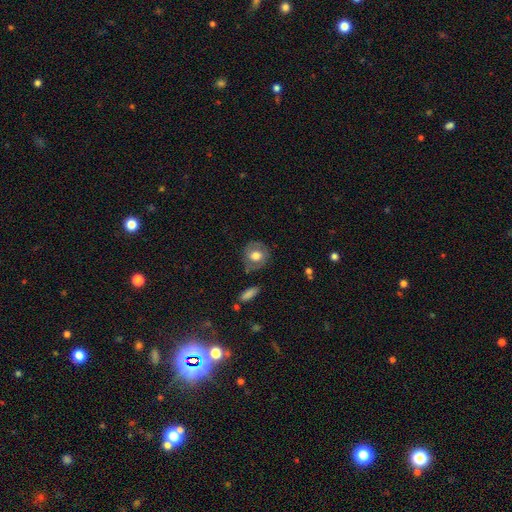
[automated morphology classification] Q: Smooth or featured?
A: smooth (60%); runner-up: featured or disk (32%)
Q: How rounded?
A: round (79%); runner-up: in between (20%)
Q: Merging?
A: none (77%); runner-up: minor disturbance (15%)